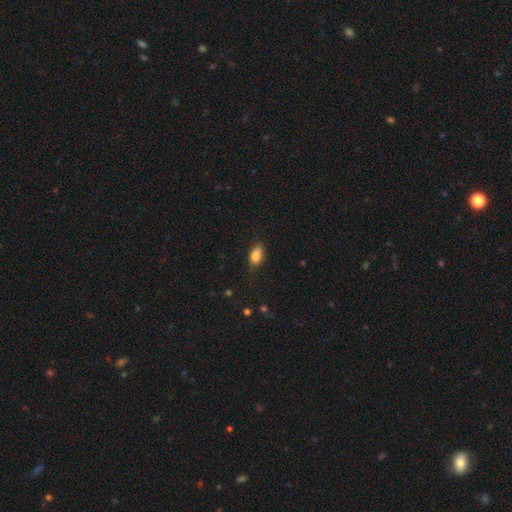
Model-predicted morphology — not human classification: Smooth or featured: smooth — 85% (star or artifact — 8%)
How rounded: in between — 88% (round — 7%)
Merging: none — 69% (minor disturbance — 24%)